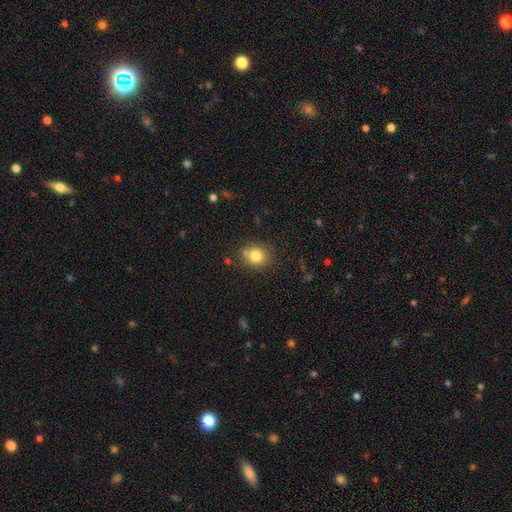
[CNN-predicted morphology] A smooth galaxy with no disk features (80%) that is round (76%).

Vote fractions:
- Smooth or featured? smooth: 80% / star or artifact: 11% / featured or disk: 9%
- How rounded? round: 76% / in between: 23% / cigar-shaped: 1%
- Merging? none: 74% / minor disturbance: 12% / merger: 10% / major disturbance: 4%